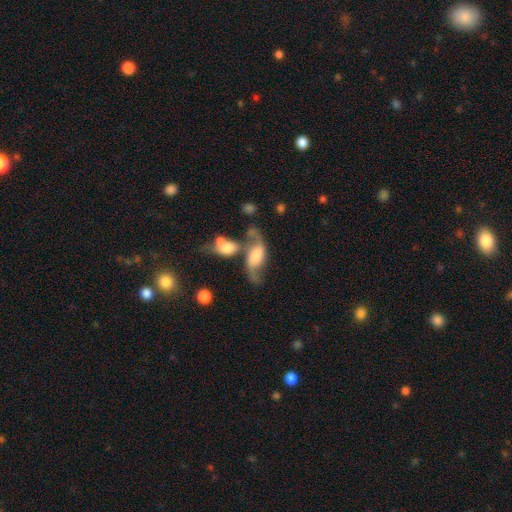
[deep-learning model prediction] Smooth or featured? Predicted: featured or disk (p=0.64). Edge-on disk? Predicted: no (p=0.91). Bar? Predicted: no (p=0.50). Spiral arms? Predicted: yes (p=0.88). Spiral winding? Predicted: loose (p=0.83). Spiral arm count? Predicted: 2 (p=0.89). Bulge size? Predicted: large (p=0.35). Merging? Predicted: merger (p=0.36).